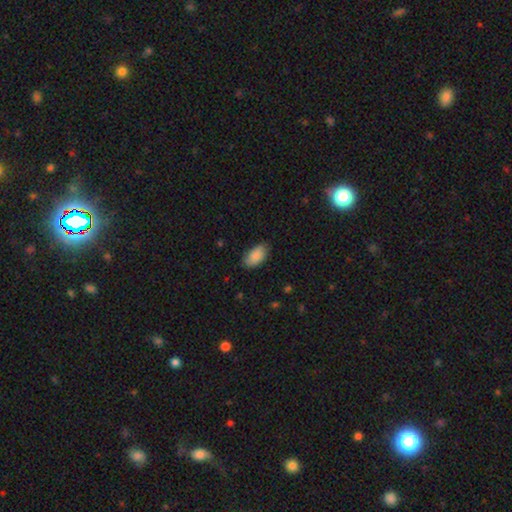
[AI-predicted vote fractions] smooth-or-featured: smooth: 88% | star or artifact: 6% | featured or disk: 6%
  how-rounded: in between: 94% | round: 4% | cigar-shaped: 3%
  merging: none: 78% | minor disturbance: 18% | major disturbance: 3% | merger: 1%